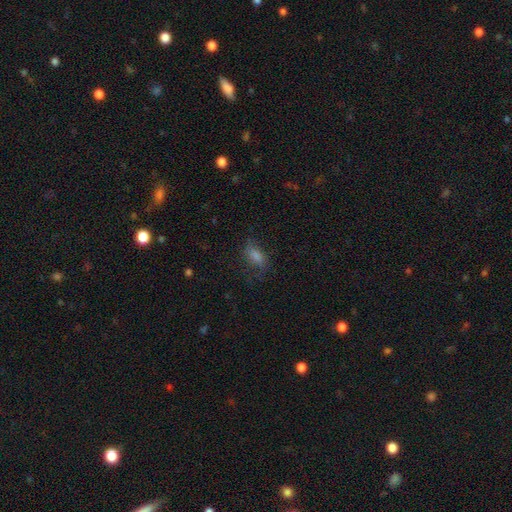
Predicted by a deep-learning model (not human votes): Smooth or featured? smooth (59%)
How rounded? in between (77%)
Merging? none (66%)